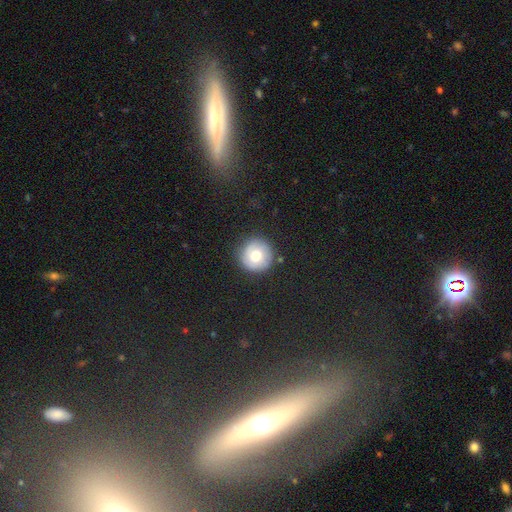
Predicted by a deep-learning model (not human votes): Smooth or featured? Predicted: smooth (p=0.69). How rounded? Predicted: round (p=0.95). Merging? Predicted: none (p=0.87).